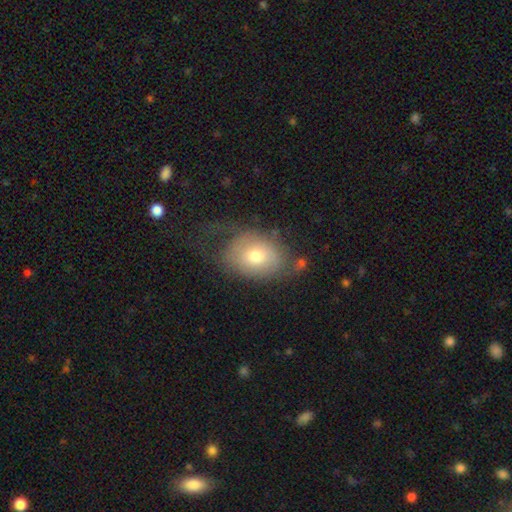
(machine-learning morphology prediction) smooth_or_featured: smooth (p=0.65) [alt: featured or disk p=0.26]
how_rounded: in between (p=0.65) [alt: round p=0.34]
merging: none (p=0.42) [alt: major disturbance p=0.28]